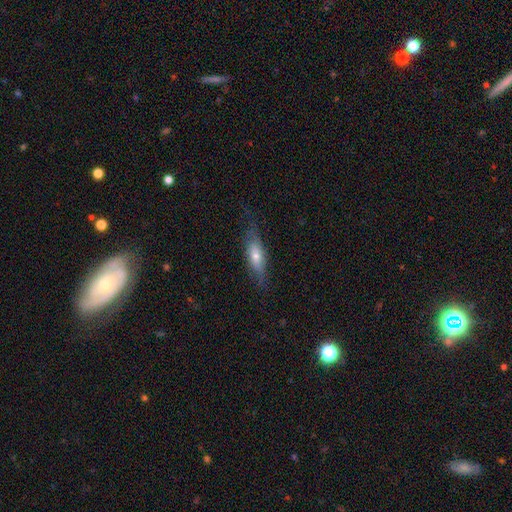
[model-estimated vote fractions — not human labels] Q: Smooth or featured?
A: smooth (56%); runner-up: featured or disk (37%)
Q: How rounded?
A: cigar-shaped (51%); runner-up: in between (46%)
Q: Merging?
A: none (70%); runner-up: minor disturbance (21%)